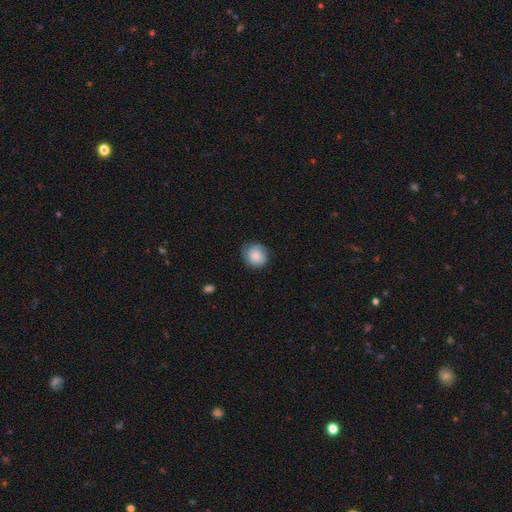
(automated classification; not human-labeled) The model was most divided on "merging": none: 75%, minor disturbance: 20%, major disturbance: 4%, merger: 1%. More confident: how rounded — round (83%); smooth or featured — smooth (80%).